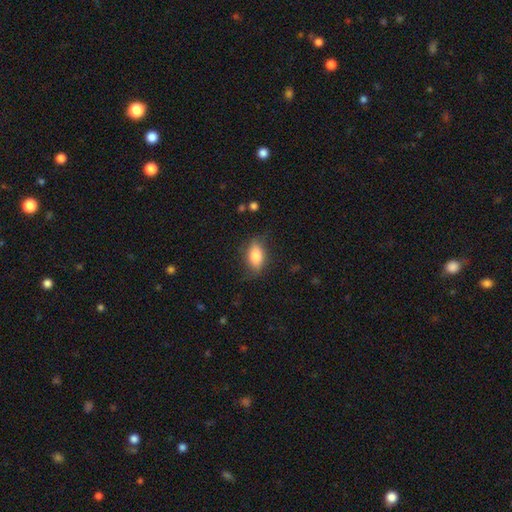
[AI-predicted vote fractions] This is likely a smooth galaxy (79%). How rounded: clearly in between (86%). Merging: likely none (74%).